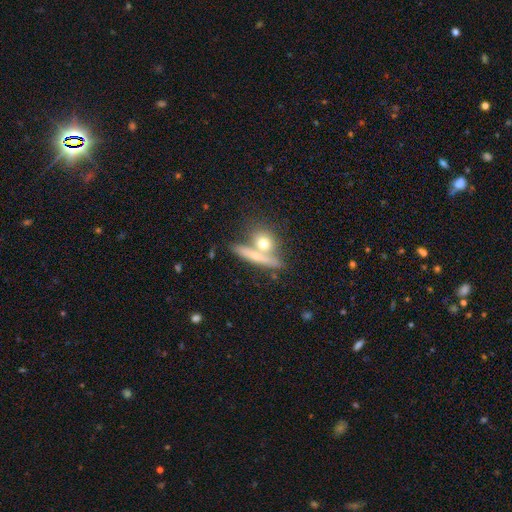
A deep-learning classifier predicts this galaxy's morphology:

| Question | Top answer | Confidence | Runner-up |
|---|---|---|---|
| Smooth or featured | smooth | 55% | featured or disk (37%) |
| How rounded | cigar-shaped | 48% | round (27%) |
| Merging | none | 45% | merger (40%) |